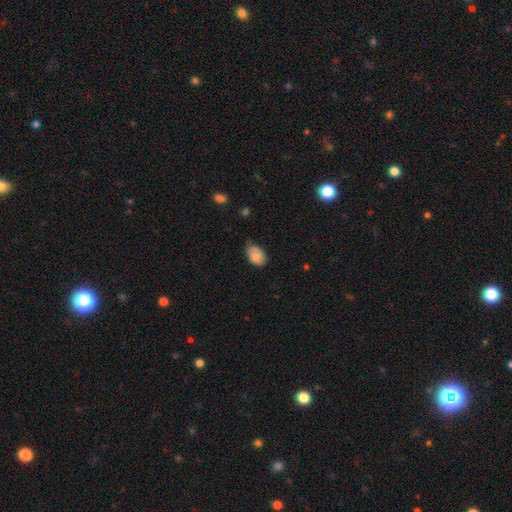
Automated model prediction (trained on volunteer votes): Morphology: type=smooth (80%); roundness=in between (87%); merging=none (61%).